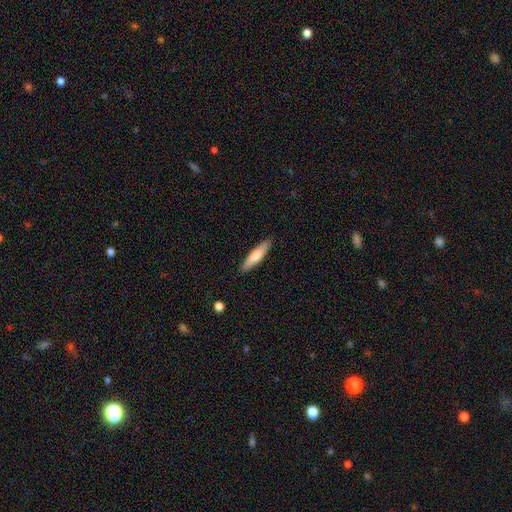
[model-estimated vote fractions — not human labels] smooth-or-featured: smooth: 68% | featured or disk: 27% | star or artifact: 5%
  how-rounded: cigar-shaped: 81% | in between: 18% | round: 1%
  merging: none: 89% | minor disturbance: 8% | major disturbance: 2% | merger: 1%